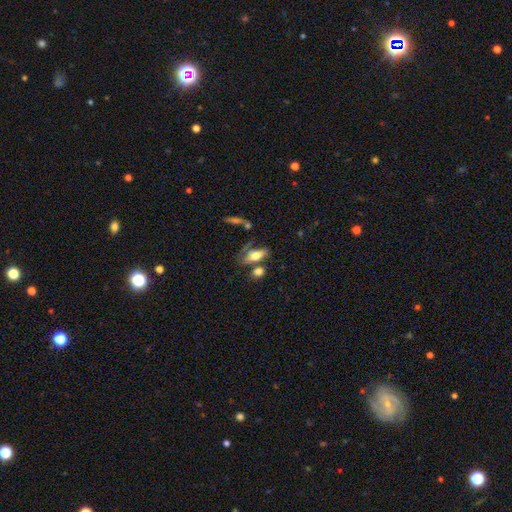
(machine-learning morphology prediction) A smooth galaxy with no disk features (66%) that is in between round and cigar-shaped (77%). Merging: none (46%).